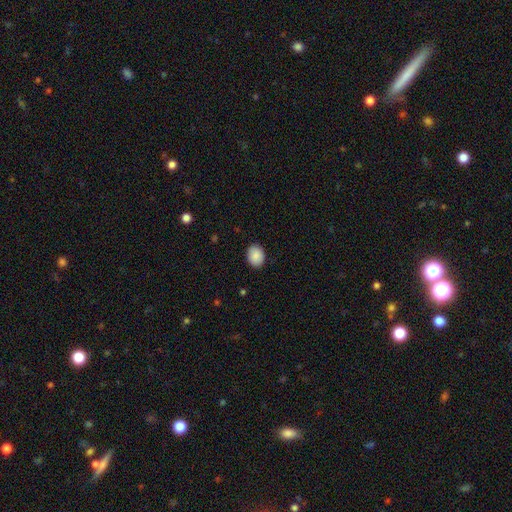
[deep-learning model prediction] smooth 90%, star or artifact 7%, featured or disk 3%. Down the decision tree: how rounded — in between (59%); merging — none (89%).